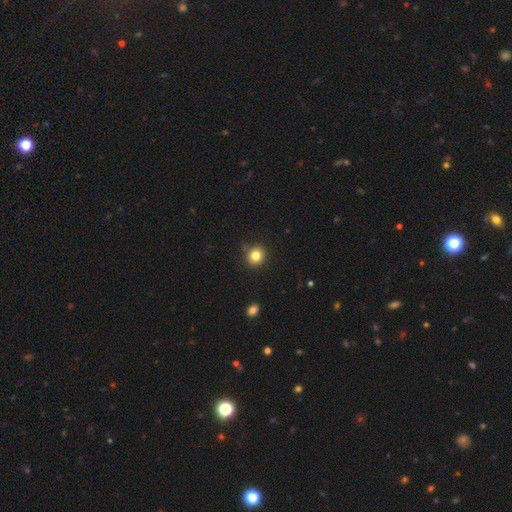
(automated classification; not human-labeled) Smooth or featured?
  - smooth: 82% *
  - star or artifact: 12%
  - featured or disk: 6%
How rounded?
  - round: 89% *
  - in between: 10%
  - cigar-shaped: 1%
Merging?
  - none: 86% *
  - minor disturbance: 9%
  - merger: 3%
  - major disturbance: 2%